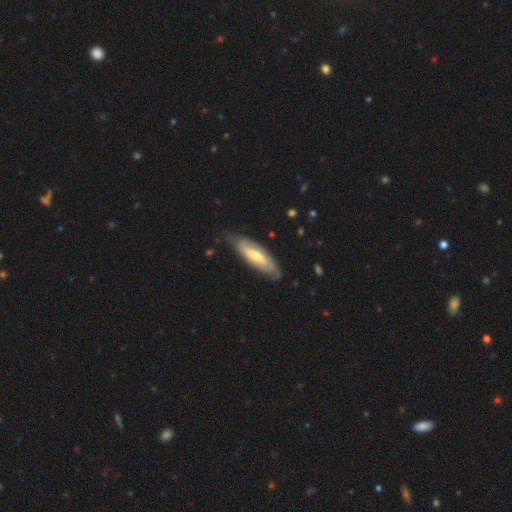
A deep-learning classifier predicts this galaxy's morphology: smooth_or_featured: featured or disk (p=0.49) [alt: smooth p=0.46]
merging: none (p=0.75) [alt: minor disturbance p=0.19]